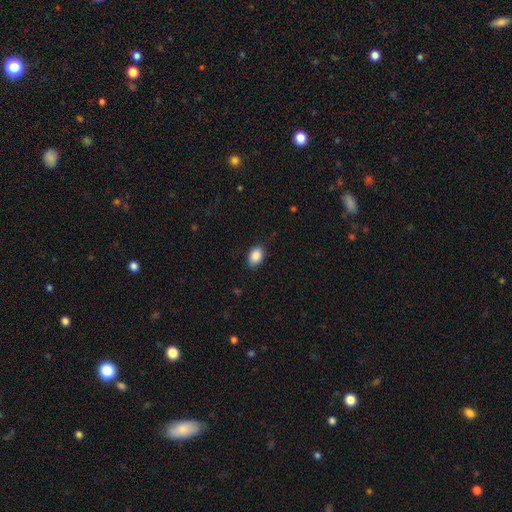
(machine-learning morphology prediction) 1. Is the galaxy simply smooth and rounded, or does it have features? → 88% smooth, 7% star or artifact, 4% featured or disk.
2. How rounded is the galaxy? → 84% in between, 14% round, 1% cigar-shaped.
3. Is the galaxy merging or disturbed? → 82% none, 15% minor disturbance, 3% major disturbance, 1% merger.